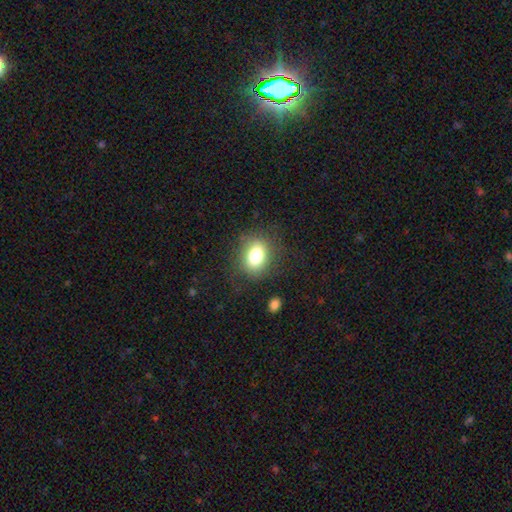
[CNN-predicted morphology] Overall: smooth (79%). How rounded: in between (66%; round 33%). Merging: none (79%).